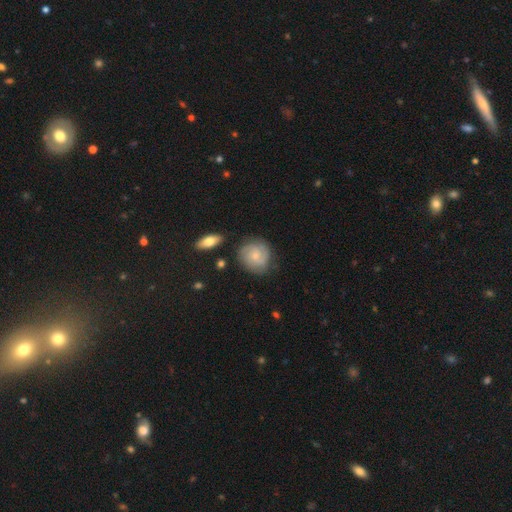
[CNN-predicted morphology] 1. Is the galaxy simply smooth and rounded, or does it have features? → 54% featured or disk, 39% smooth, 7% star or artifact.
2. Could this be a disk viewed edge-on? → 97% no, 3% yes.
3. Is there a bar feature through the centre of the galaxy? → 75% no, 22% weak, 3% strong.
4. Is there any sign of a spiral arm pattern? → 86% yes, 14% no.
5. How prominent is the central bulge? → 69% small, 24% moderate, 4% none, 2% large, 1% dominant.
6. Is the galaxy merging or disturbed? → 75% none, 17% minor disturbance, 5% major disturbance, 3% merger.